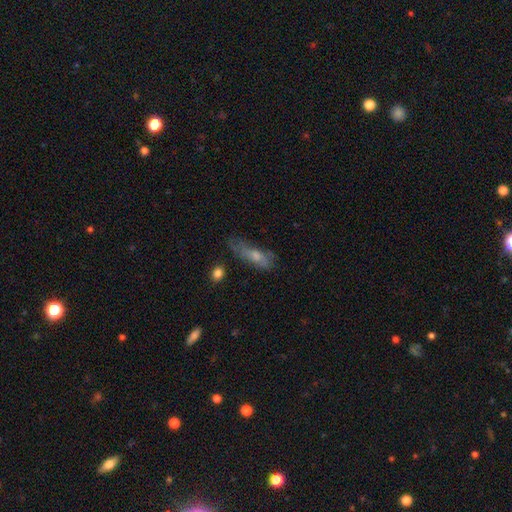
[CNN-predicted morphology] Smooth or featured? smooth (47%)
Merging? none (48%)